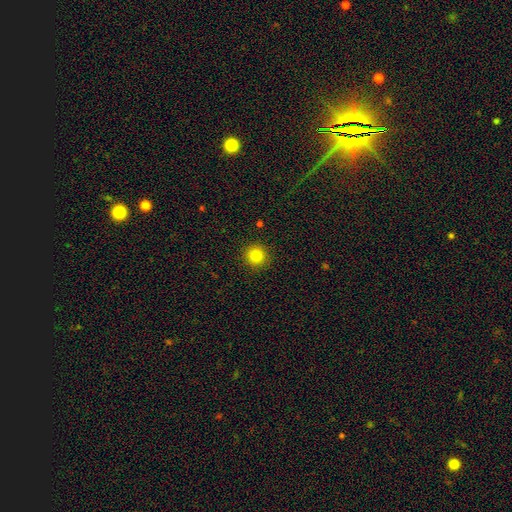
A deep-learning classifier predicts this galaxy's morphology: type=smooth (84%); roundness=round (95%); merging=none (92%).